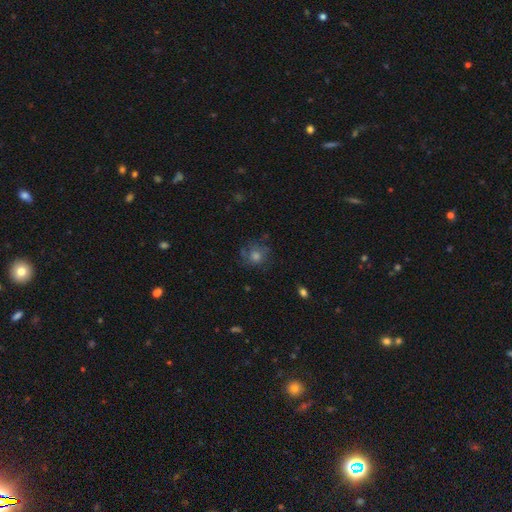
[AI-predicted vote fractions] Smooth or featured? Predicted: smooth (p=0.53). How rounded? Predicted: round (p=0.85). Merging? Predicted: none (p=0.72).